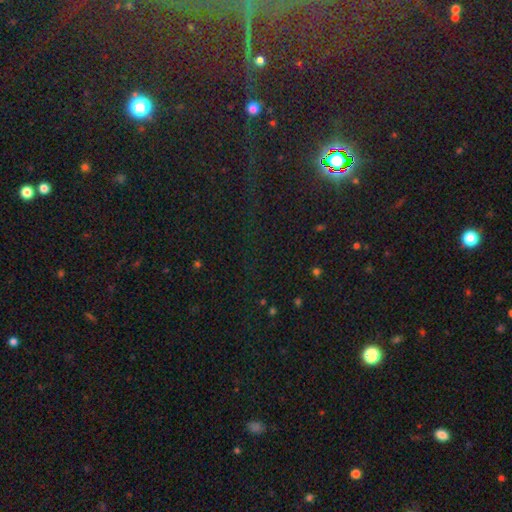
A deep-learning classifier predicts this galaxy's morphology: Smooth or featured: star or artifact — 81% (smooth — 12%)